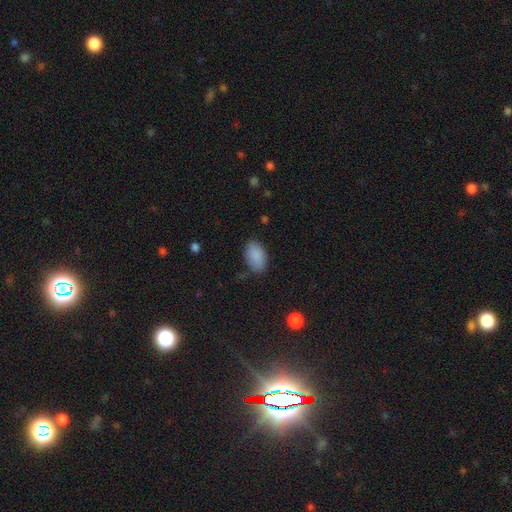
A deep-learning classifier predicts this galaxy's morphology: Overall: smooth (89%). How rounded: in between (93%). Merging: none (80%).